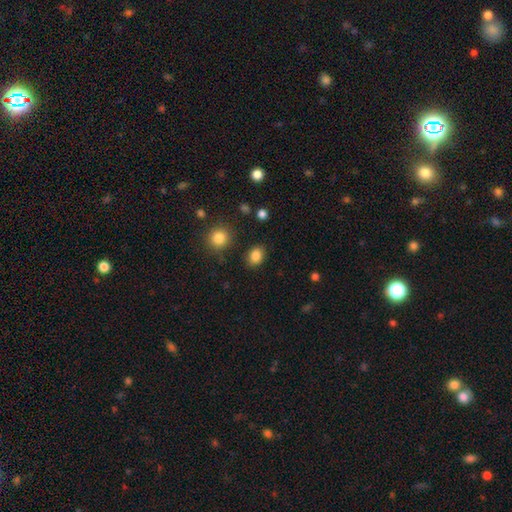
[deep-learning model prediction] This appears to be a smooth galaxy with no disk features (85%) that is in between round and cigar-shaped (63%). Merging: none (86%).